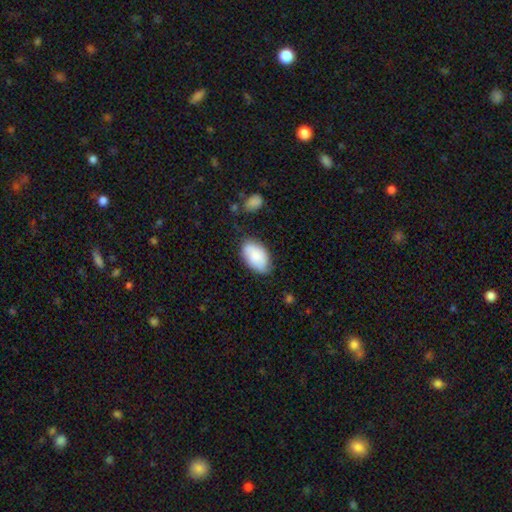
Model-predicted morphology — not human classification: Q: Smooth or featured?
A: smooth (79%); runner-up: featured or disk (15%)
Q: How rounded?
A: in between (93%); runner-up: round (5%)
Q: Merging?
A: none (67%); runner-up: minor disturbance (25%)